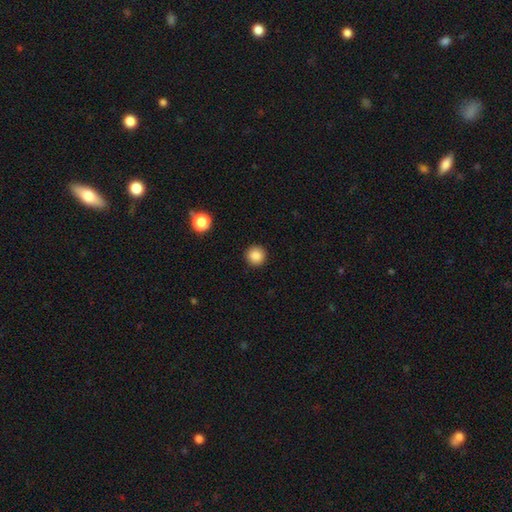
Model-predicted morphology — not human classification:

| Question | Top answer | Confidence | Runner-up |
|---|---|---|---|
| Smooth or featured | smooth | 87% | star or artifact (10%) |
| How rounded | round | 95% | in between (4%) |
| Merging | none | 92% | minor disturbance (5%) |